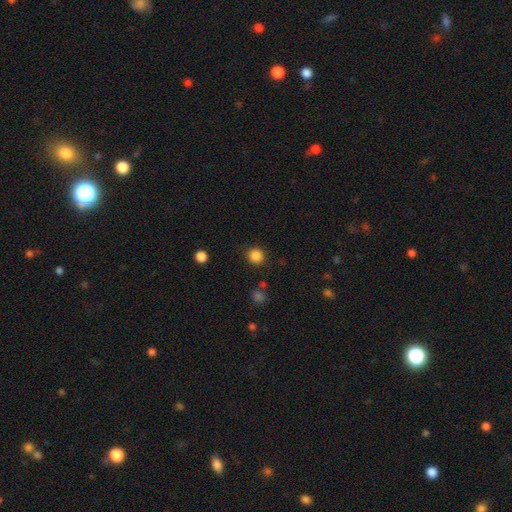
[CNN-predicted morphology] The model was most divided on "smooth or featured": smooth: 85%, star or artifact: 12%, featured or disk: 3%. More confident: how rounded — round (91%); merging — none (89%).